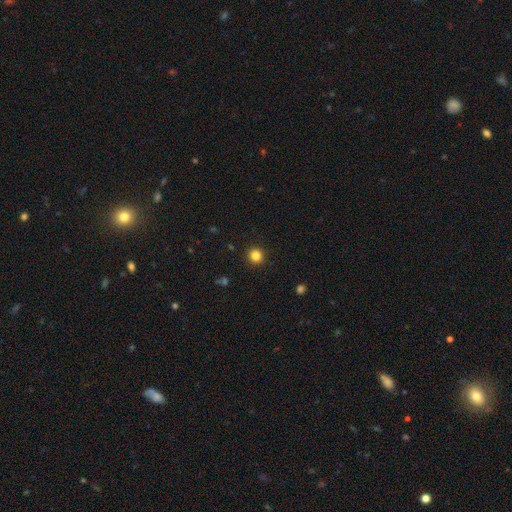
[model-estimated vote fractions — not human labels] Smooth or featured?
  - smooth: 84% *
  - star or artifact: 12%
  - featured or disk: 4%
How rounded?
  - round: 93% *
  - in between: 6%
  - cigar-shaped: 1%
Merging?
  - none: 93% *
  - minor disturbance: 5%
  - major disturbance: 2%
  - merger: 1%